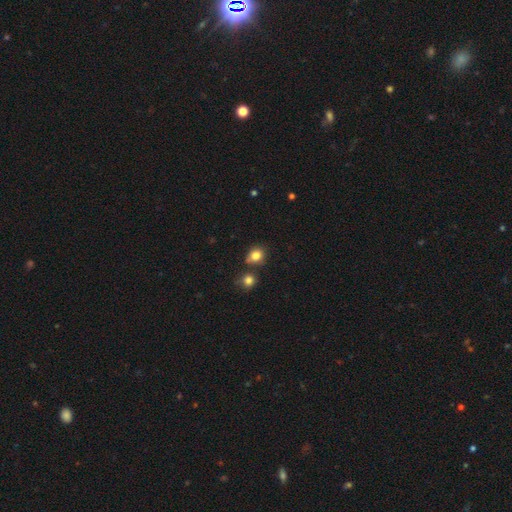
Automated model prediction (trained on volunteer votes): smooth_or_featured: smooth (p=0.81) [alt: star or artifact p=0.12]
how_rounded: round (p=0.72) [alt: in between p=0.27]
merging: none (p=0.68) [alt: merger p=0.16]